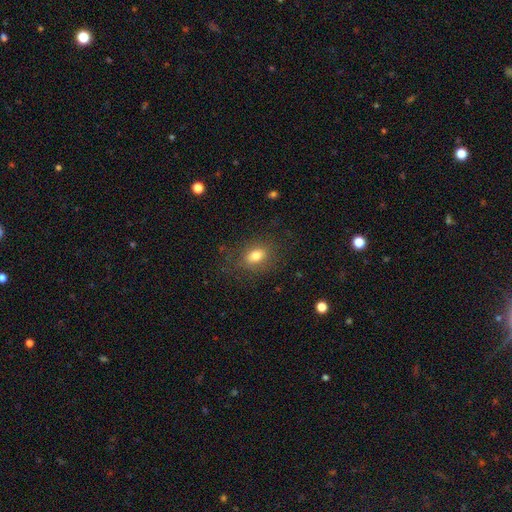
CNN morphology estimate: The model was most divided on "how rounded": in between: 74%, round: 23%, cigar-shaped: 2%. More confident: smooth or featured — smooth (78%); merging — none (78%).